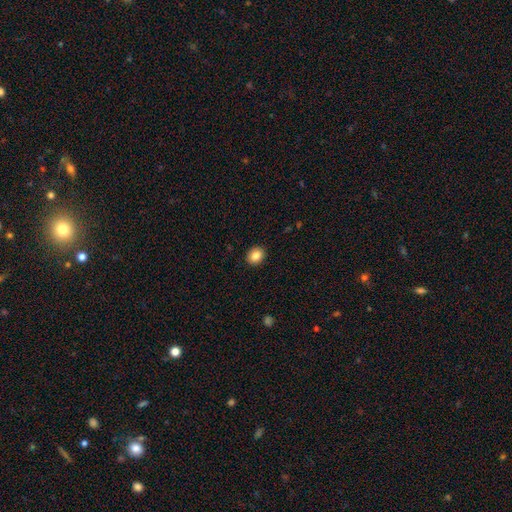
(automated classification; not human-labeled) Overall: smooth (85%). How rounded: round (60%; in between 39%). Merging: none (92%).